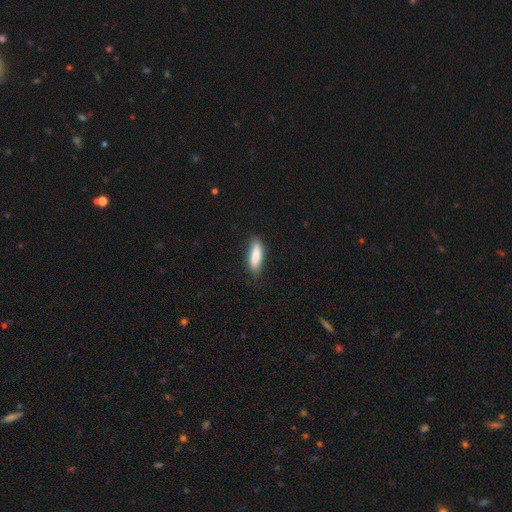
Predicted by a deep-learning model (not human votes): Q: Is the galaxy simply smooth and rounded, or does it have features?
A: smooth — 84%.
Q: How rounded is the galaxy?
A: in between — 50%.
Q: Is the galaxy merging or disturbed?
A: none — 77%.